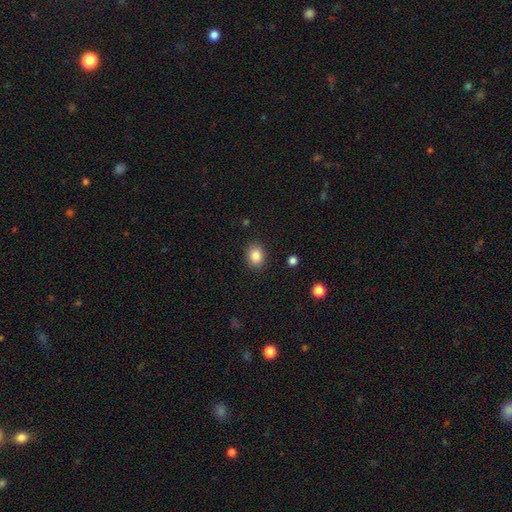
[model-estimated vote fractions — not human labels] Overall: smooth (86%). How rounded: round (55%; in between 44%). Merging: none (88%).